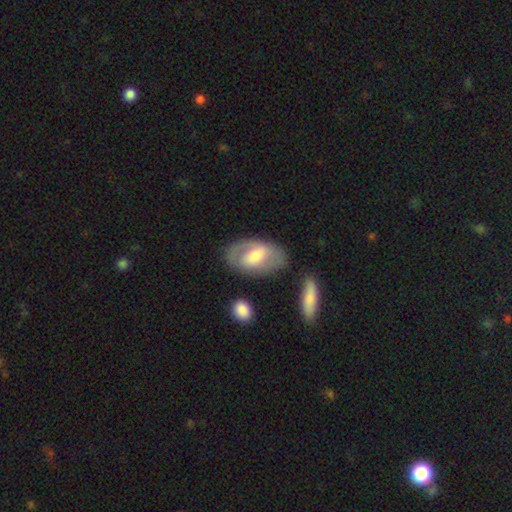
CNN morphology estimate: featured or disk 53%, smooth 41%, star or artifact 6%. Down the decision tree: edge-on disk — no (92%); merging — none (71%).